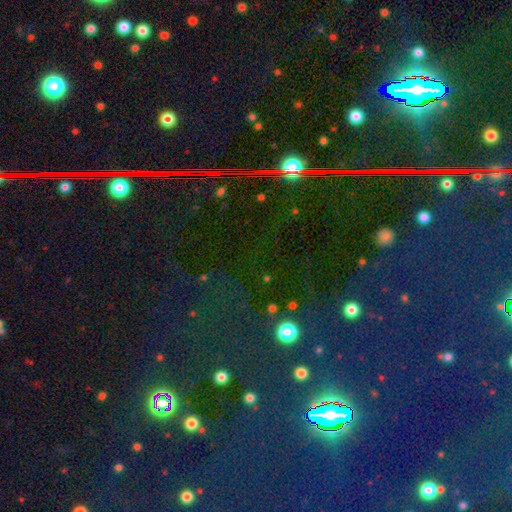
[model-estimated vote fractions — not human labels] star or artifact 79%, smooth 12%, featured or disk 9%.